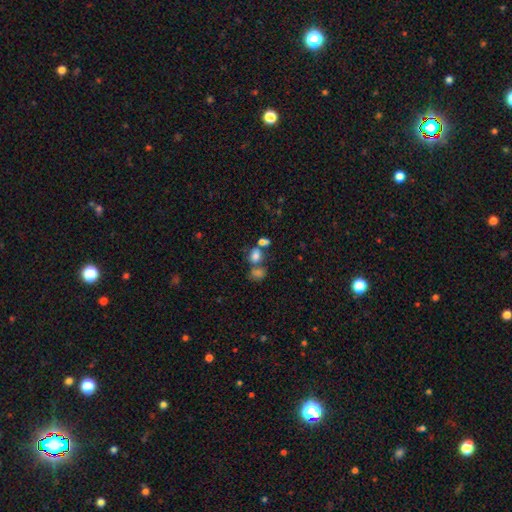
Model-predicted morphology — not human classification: Smooth or featured? smooth (74%)
How rounded? in between (62%)
Merging? merger (43%)